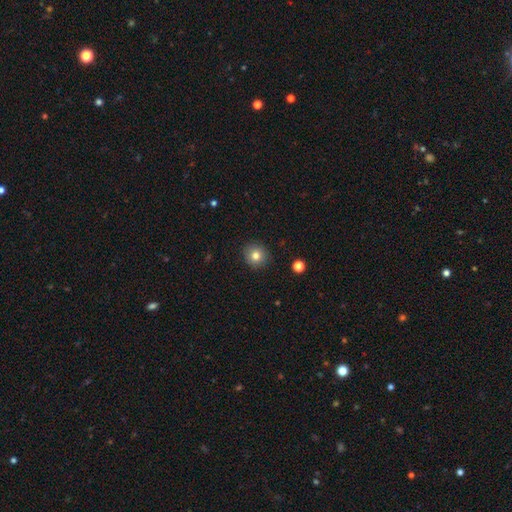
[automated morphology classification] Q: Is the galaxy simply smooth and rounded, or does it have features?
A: smooth — 81%.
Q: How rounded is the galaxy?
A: round — 91%.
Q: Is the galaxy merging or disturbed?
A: none — 91%.